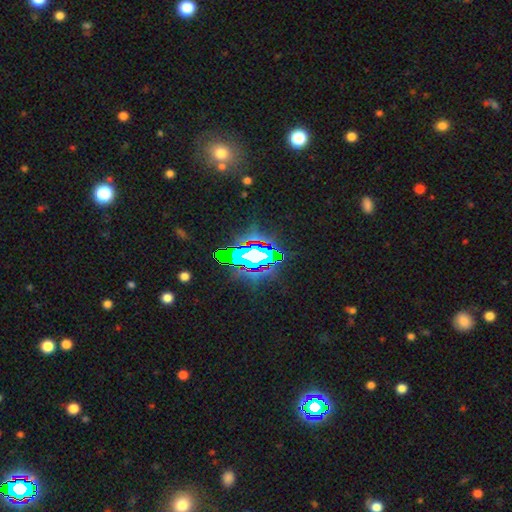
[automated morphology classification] Smooth or featured?
  - star or artifact: 67% *
  - featured or disk: 18%
  - smooth: 16%